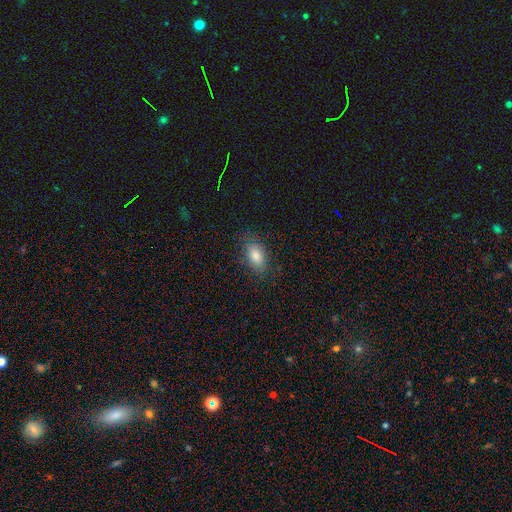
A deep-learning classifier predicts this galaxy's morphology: smooth-or-featured: smooth: 82% | featured or disk: 9% | star or artifact: 9%
  how-rounded: in between: 89% | round: 8% | cigar-shaped: 3%
  merging: none: 81% | minor disturbance: 14% | major disturbance: 4% | merger: 1%